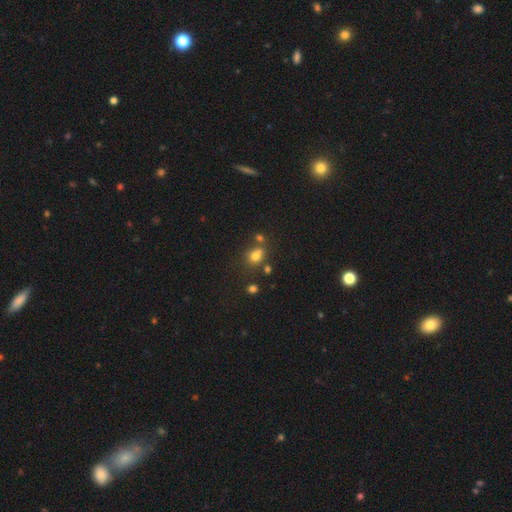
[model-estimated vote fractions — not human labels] smooth 75%, star or artifact 16%, featured or disk 9%. Down the decision tree: how rounded — round (57%); merging — none (53%).